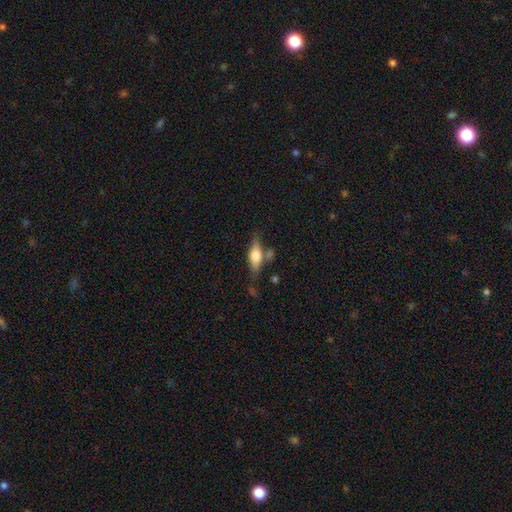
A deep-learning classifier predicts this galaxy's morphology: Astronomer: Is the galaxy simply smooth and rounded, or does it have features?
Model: smooth — 57% (runner-up: featured or disk, 35%).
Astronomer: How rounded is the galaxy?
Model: in between — 63%.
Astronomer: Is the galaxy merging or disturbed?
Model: none — 64%.